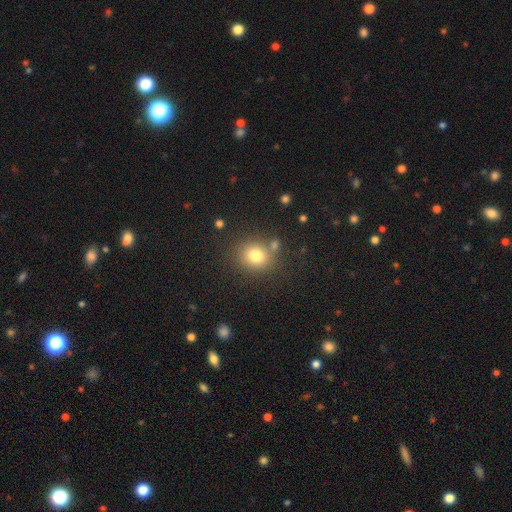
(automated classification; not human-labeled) Smooth or featured?
  - smooth: 78% *
  - star or artifact: 13%
  - featured or disk: 9%
How rounded?
  - round: 79% *
  - in between: 20%
  - cigar-shaped: 1%
Merging?
  - none: 75% *
  - minor disturbance: 11%
  - merger: 11%
  - major disturbance: 4%